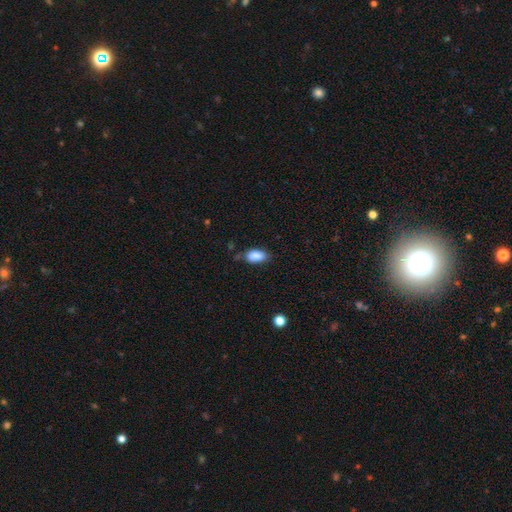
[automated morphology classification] The model was most divided on "merging": none: 73%, minor disturbance: 20%, major disturbance: 4%, merger: 3%. More confident: how rounded — in between (91%); smooth or featured — smooth (87%).